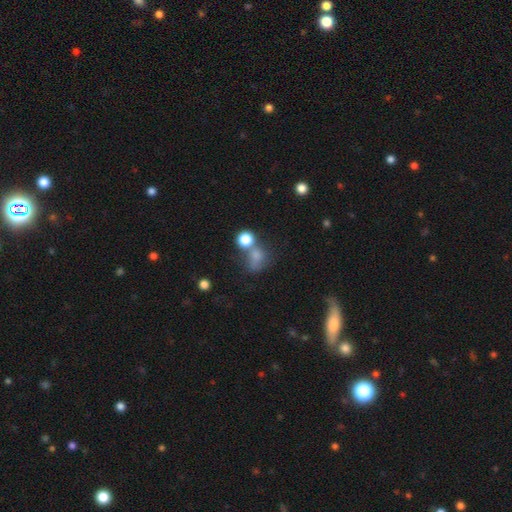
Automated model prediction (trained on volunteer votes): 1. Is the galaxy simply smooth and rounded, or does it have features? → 71% smooth, 17% star or artifact, 12% featured or disk.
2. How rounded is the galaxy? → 59% round, 39% in between, 2% cigar-shaped.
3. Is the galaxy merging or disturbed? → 36% none, 32% merger, 16% minor disturbance, 16% major disturbance.